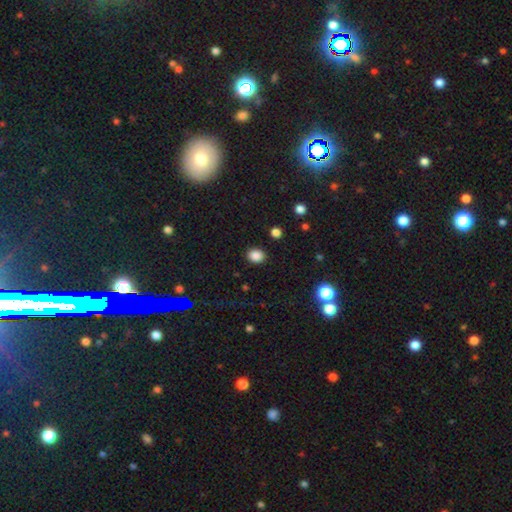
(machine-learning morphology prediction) smooth-or-featured: smooth: 86% | star or artifact: 11% | featured or disk: 3%
  how-rounded: round: 59% | in between: 41% | cigar-shaped: 1%
  merging: none: 89% | minor disturbance: 8% | major disturbance: 2% | merger: 1%